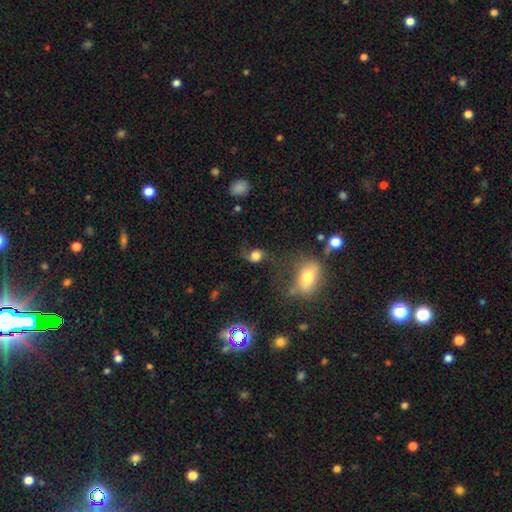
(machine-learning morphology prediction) Smooth or featured: smooth — 56% (featured or disk — 29%)
How rounded: round — 64% (in between — 34%)
Merging: none — 49% (major disturbance — 22%)